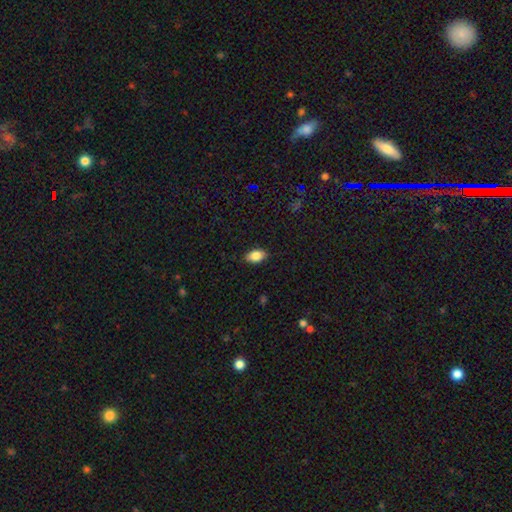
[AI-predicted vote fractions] A smooth galaxy with no disk features (84%) that is in between round and cigar-shaped (89%).

Vote fractions:
- Smooth or featured? smooth: 84% / star or artifact: 8% / featured or disk: 8%
- How rounded? in between: 89% / round: 8% / cigar-shaped: 2%
- Merging? none: 86% / minor disturbance: 11% / major disturbance: 2% / merger: 1%